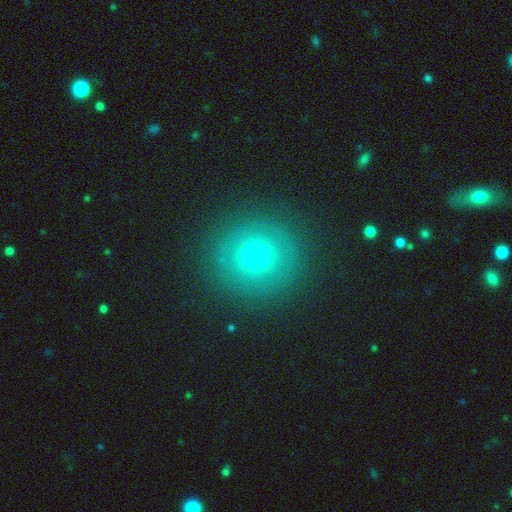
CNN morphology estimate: smooth 63%, featured or disk 18%, star or artifact 18%. Down the decision tree: how rounded — round (93%); merging — none (88%).